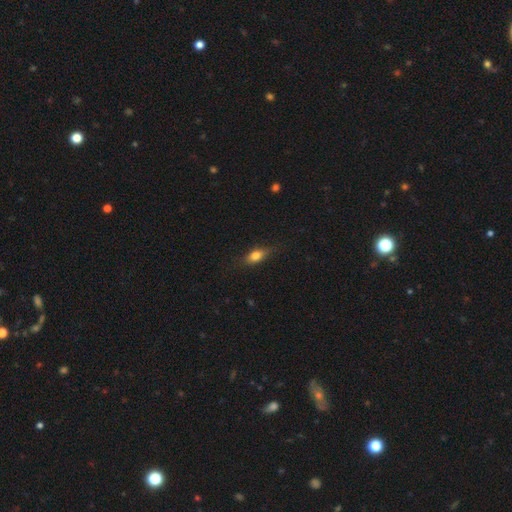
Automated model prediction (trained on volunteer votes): smooth 72%, featured or disk 19%, star or artifact 8%. Down the decision tree: how rounded — in between (73%); merging — none (80%).